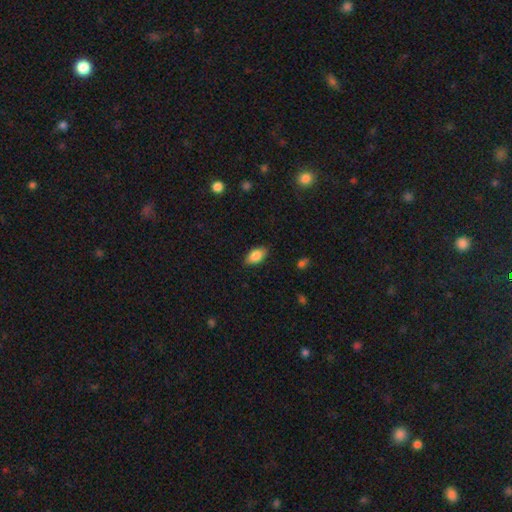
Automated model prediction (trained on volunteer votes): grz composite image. It shows a smooth galaxy with no disk features (86%) that is in between round and cigar-shaped (92%). Merging: none (85%).